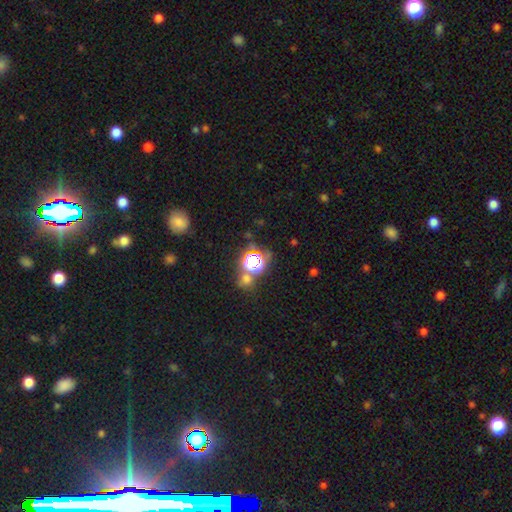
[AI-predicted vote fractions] The model was most divided on "smooth or featured": star or artifact: 61%, smooth: 31%, featured or disk: 8%.